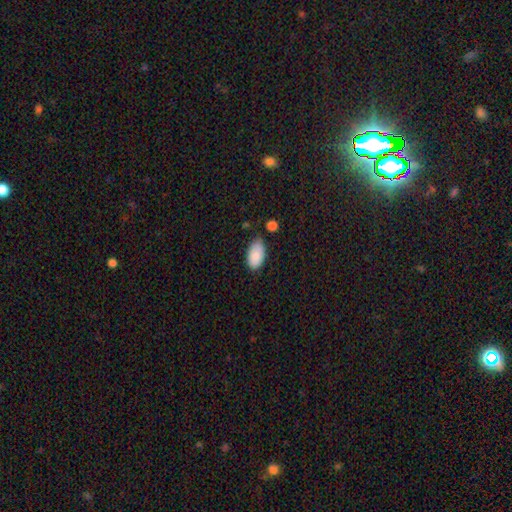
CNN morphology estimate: A smooth galaxy with no disk features (86%) that is in between round and cigar-shaped (95%).

Vote fractions:
- Smooth or featured? smooth: 86% / featured or disk: 7% / star or artifact: 7%
- How rounded? in between: 95% / round: 3% / cigar-shaped: 2%
- Merging? none: 66% / minor disturbance: 26% / major disturbance: 4% / merger: 4%